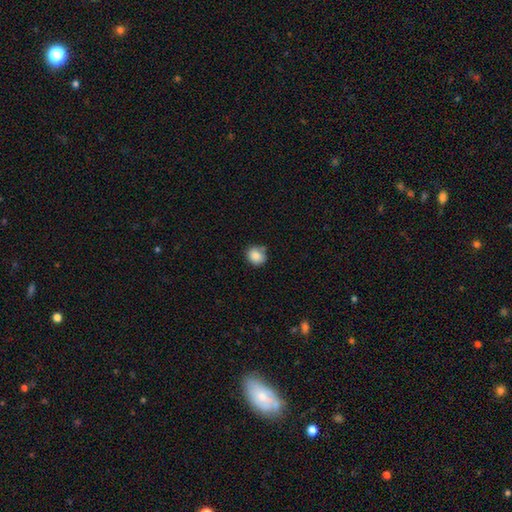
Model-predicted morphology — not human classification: Smooth or featured? Predicted: smooth (p=0.86). How rounded? Predicted: round (p=0.79). Merging? Predicted: none (p=0.71).